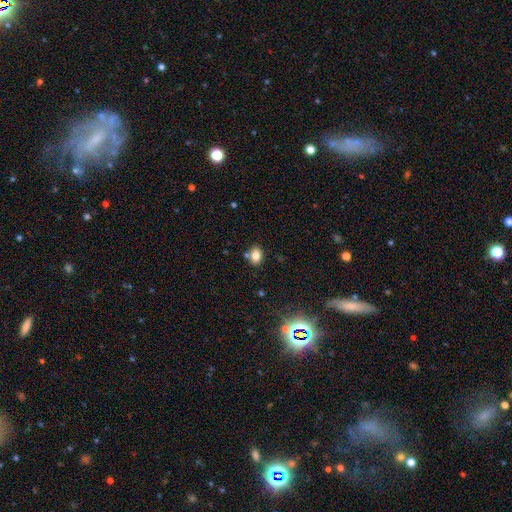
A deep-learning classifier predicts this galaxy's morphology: A smooth galaxy with no disk features (81%) that is in between round and cigar-shaped (74%). Merging: none (73%).